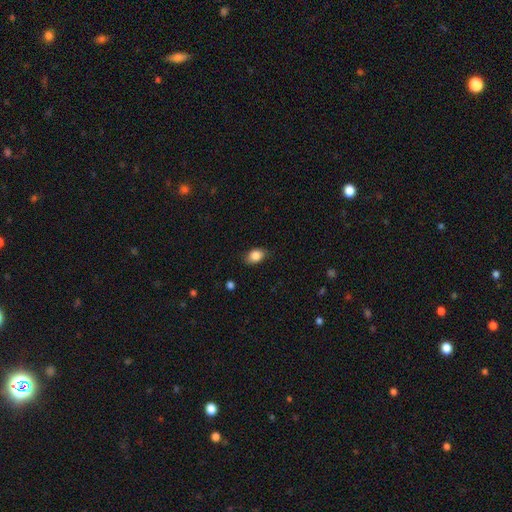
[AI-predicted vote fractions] This is clearly a smooth galaxy (86%). How rounded: likely in between (79%). Merging: clearly none (82%).